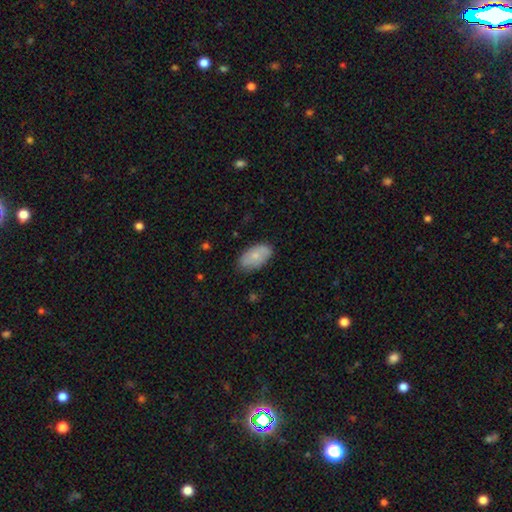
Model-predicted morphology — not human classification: The model was most divided on "smooth or featured": smooth: 75%, featured or disk: 19%, star or artifact: 6%. More confident: how rounded — in between (94%); merging — none (79%).